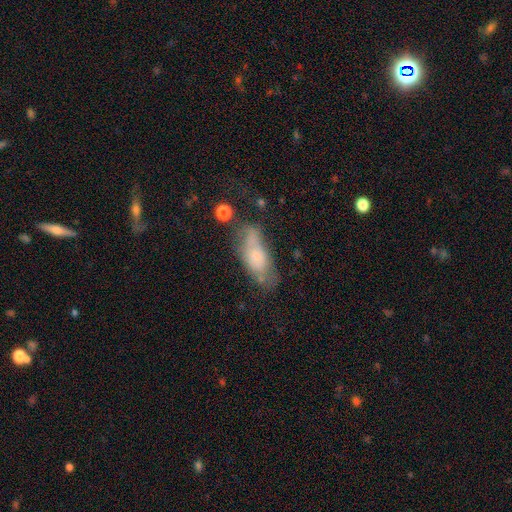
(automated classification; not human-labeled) smooth 58%, featured or disk 33%, star or artifact 9%. Down the decision tree: how rounded — in between (77%); merging — none (43%).